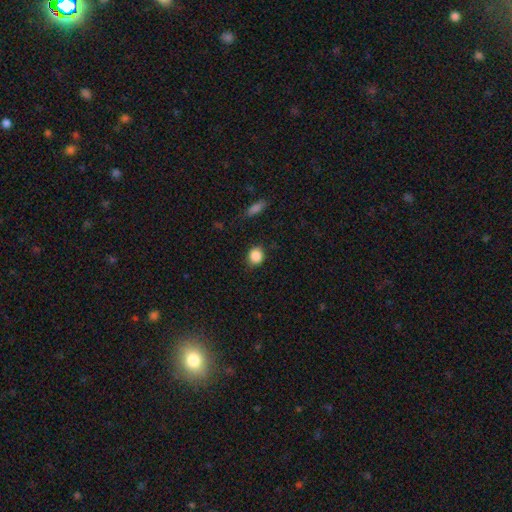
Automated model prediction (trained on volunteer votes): Morphology: type=smooth (87%); roundness=round (76%); merging=none (85%).